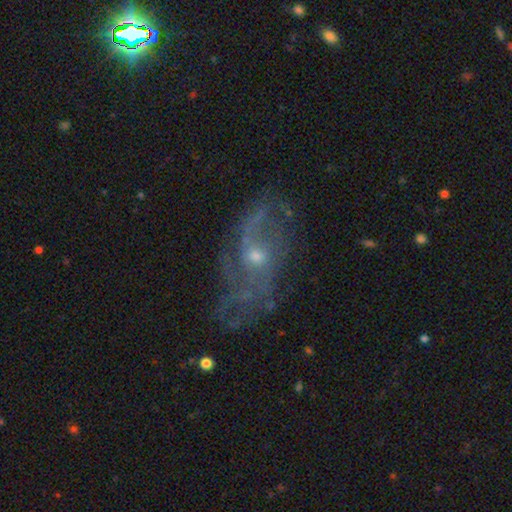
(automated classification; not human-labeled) Smooth or featured: featured or disk — 74% (star or artifact — 15%)
Edge-on disk: no — 92% (yes — 8%)
Bar: no — 67% (weak — 28%)
Spiral arms: yes — 84% (no — 16%)
Spiral winding: loose — 46% (medium — 35%)
Spiral arm count: 2 — 36% (can't tell — 35%)
Bulge size: small — 60% (moderate — 35%)
Merging: none — 65% (minor disturbance — 19%)